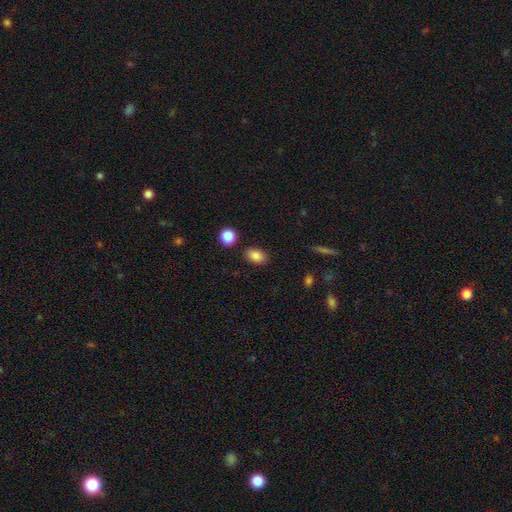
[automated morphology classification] Smooth or featured? smooth (86%)
How rounded? in between (81%)
Merging? none (85%)